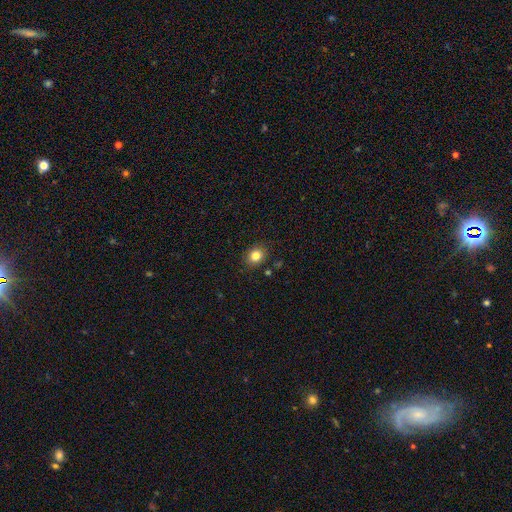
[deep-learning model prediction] A smooth galaxy with no disk features (83%) that is round (61%).

Vote fractions:
- Smooth or featured? smooth: 83% / star or artifact: 11% / featured or disk: 6%
- How rounded? round: 61% / in between: 38% / cigar-shaped: 1%
- Merging? none: 87% / minor disturbance: 9% / major disturbance: 2% / merger: 2%